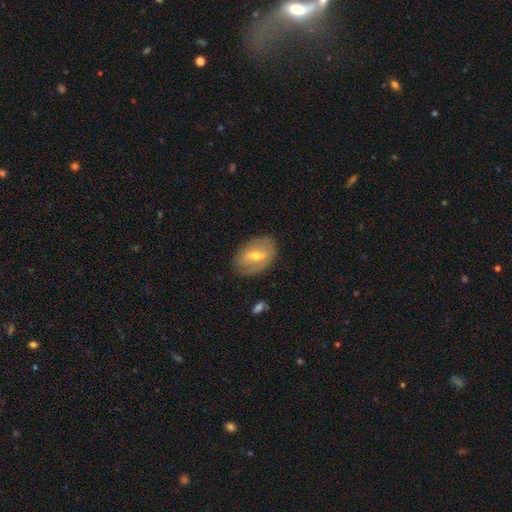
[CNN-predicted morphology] type=featured or disk (56%); edge-on=no (92%); bar=weak (46%); spiral arms=yes (51%); bulge=moderate (58%); merging=none (76%).